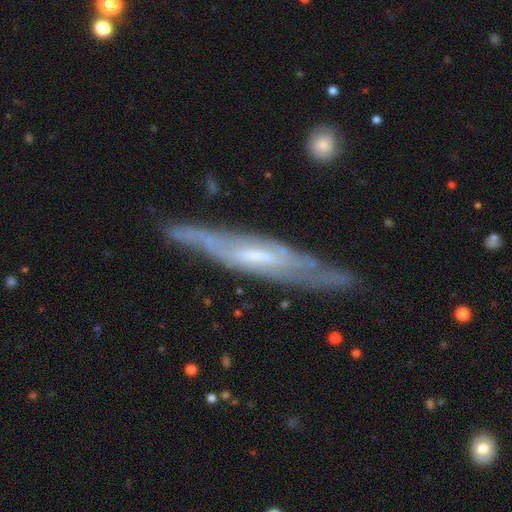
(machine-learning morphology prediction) featured or disk 81%, smooth 13%, star or artifact 6%. Down the decision tree: edge-on disk — yes (60%); merging — none (79%).